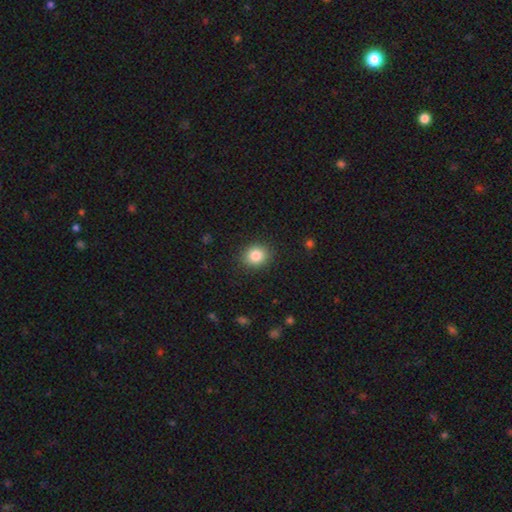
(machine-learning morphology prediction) Smooth or featured?
  - smooth: 85% *
  - star or artifact: 10%
  - featured or disk: 6%
How rounded?
  - round: 73% *
  - in between: 26%
  - cigar-shaped: 1%
Merging?
  - none: 89% *
  - minor disturbance: 7%
  - major disturbance: 2%
  - merger: 1%